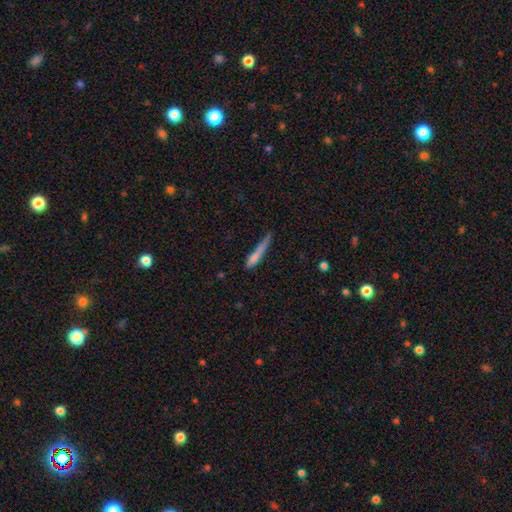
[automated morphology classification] Smooth or featured: smooth — 71% (featured or disk — 20%)
How rounded: cigar-shaped — 91% (in between — 7%)
Merging: none — 52% (minor disturbance — 27%)